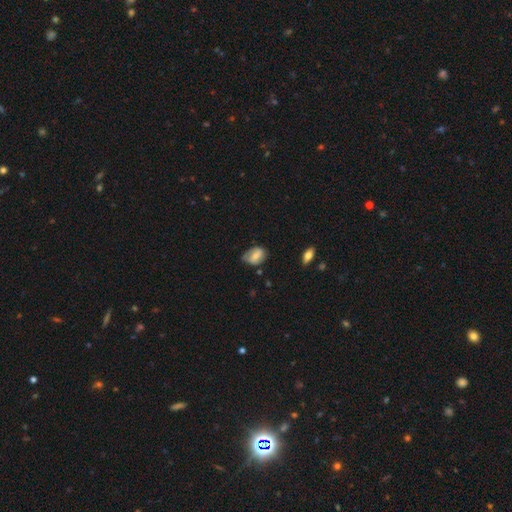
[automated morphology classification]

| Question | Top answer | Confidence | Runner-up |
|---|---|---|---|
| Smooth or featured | smooth | 57% | featured or disk (35%) |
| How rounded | in between | 77% | round (21%) |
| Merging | none | 52% | minor disturbance (35%) |